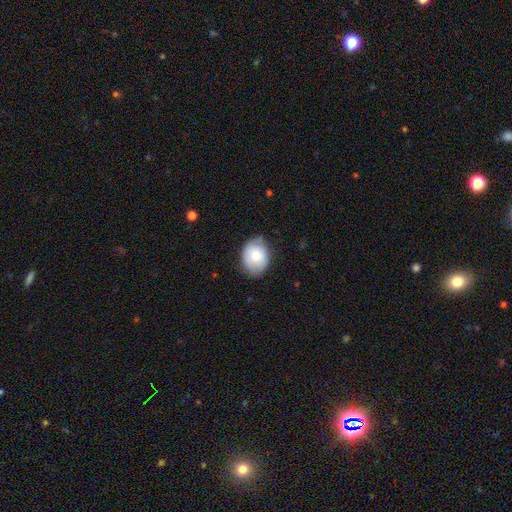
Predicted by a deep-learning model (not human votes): Smooth or featured? Predicted: smooth (p=0.78). How rounded? Predicted: in between (p=0.58). Merging? Predicted: none (p=0.70).